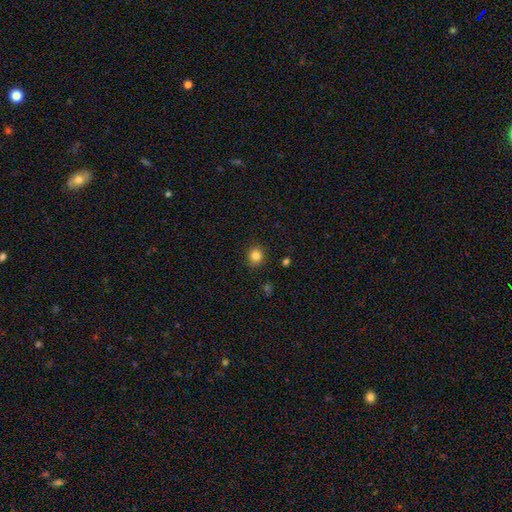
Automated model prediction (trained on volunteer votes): Morphology: type=smooth (84%); roundness=round (89%); merging=none (89%).